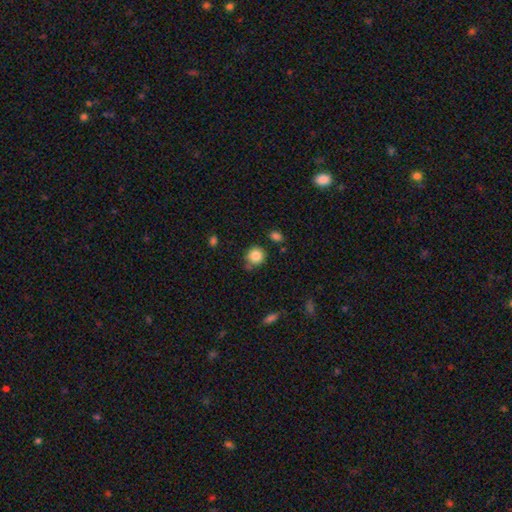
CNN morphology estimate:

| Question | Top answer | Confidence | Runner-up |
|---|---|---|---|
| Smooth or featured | smooth | 85% | star or artifact (10%) |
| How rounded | round | 89% | in between (10%) |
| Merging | none | 73% | minor disturbance (18%) |